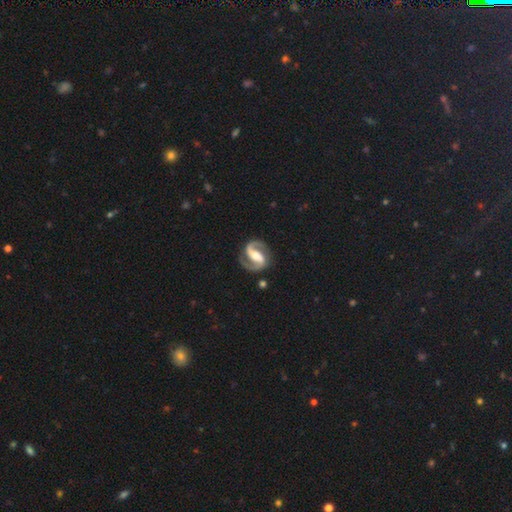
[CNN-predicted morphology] A featured or disk galaxy (92%) with a strong bar (61%), 2 (94%) medium (58%) spiral arms (98%) and a moderate central bulge (61%). Merging: none (85%).